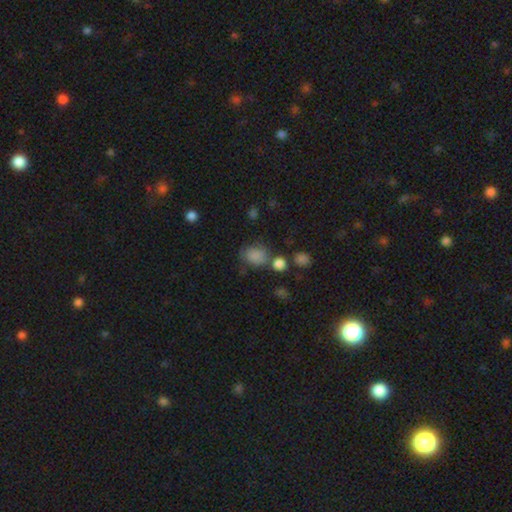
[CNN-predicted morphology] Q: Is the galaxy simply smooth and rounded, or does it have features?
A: smooth — 80%.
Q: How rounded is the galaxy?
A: round — 53%.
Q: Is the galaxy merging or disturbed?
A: none — 54%.